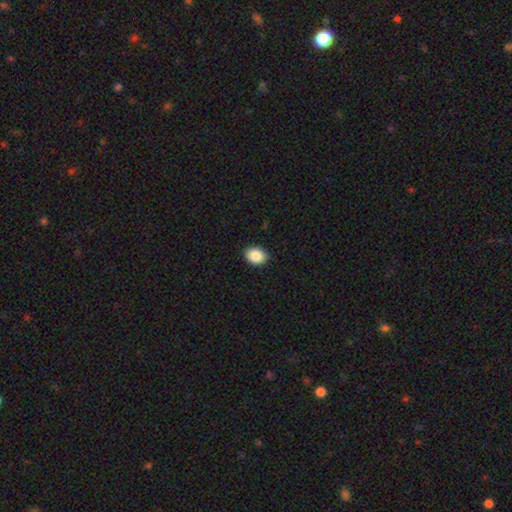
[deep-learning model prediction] smooth_or_featured: smooth (p=0.88) [alt: star or artifact p=0.08]
how_rounded: in between (p=0.63) [alt: round p=0.36]
merging: none (p=0.89) [alt: minor disturbance p=0.08]